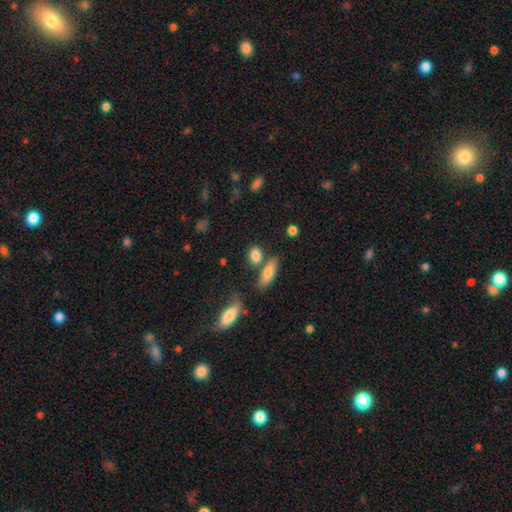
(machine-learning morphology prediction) Smooth or featured? smooth (83%)
How rounded? in between (61%)
Merging? none (65%)